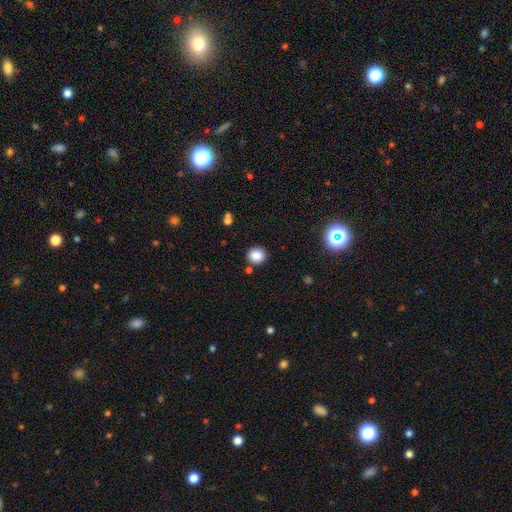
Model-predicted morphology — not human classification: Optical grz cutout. It shows a smooth galaxy with no disk features (85%) that is round (89%). Merging: none (86%).